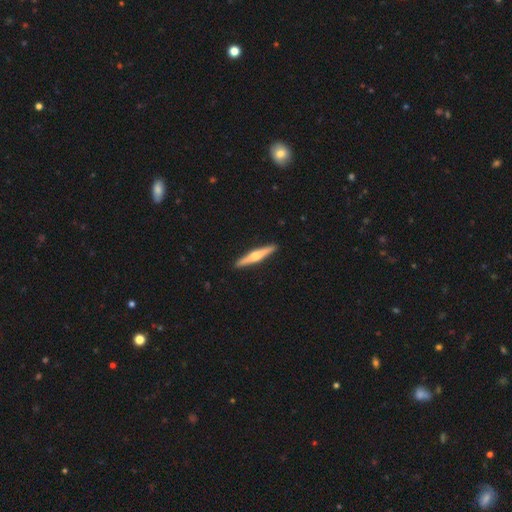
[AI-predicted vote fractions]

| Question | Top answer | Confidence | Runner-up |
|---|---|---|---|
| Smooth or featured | featured or disk | 64% | smooth (32%) |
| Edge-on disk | yes | 98% | no (2%) |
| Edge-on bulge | rounded | 85% | boxy (9%) |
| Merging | none | 92% | minor disturbance (5%) |